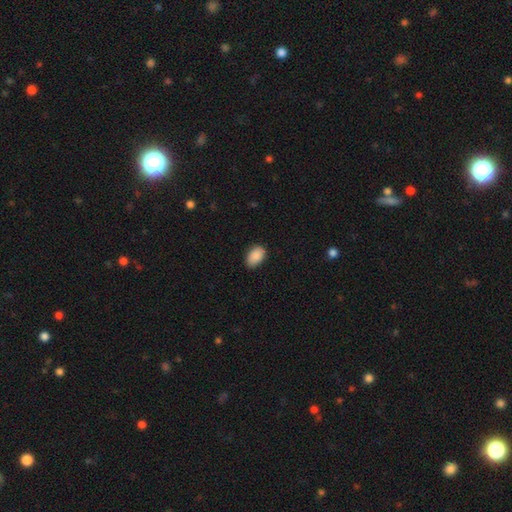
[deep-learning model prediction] A smooth galaxy with no disk features (90%) that is in between round and cigar-shaped (90%).

Vote fractions:
- Smooth or featured? smooth: 90% / star or artifact: 7% / featured or disk: 3%
- How rounded? in between: 90% / round: 9% / cigar-shaped: 1%
- Merging? none: 82% / minor disturbance: 14% / major disturbance: 2% / merger: 1%